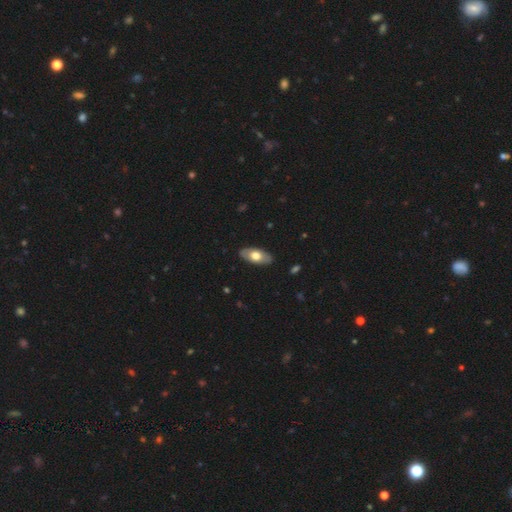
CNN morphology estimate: Smooth or featured: smooth — 60% (featured or disk — 35%)
How rounded: in between — 91% (cigar-shaped — 5%)
Merging: none — 87% (minor disturbance — 10%)